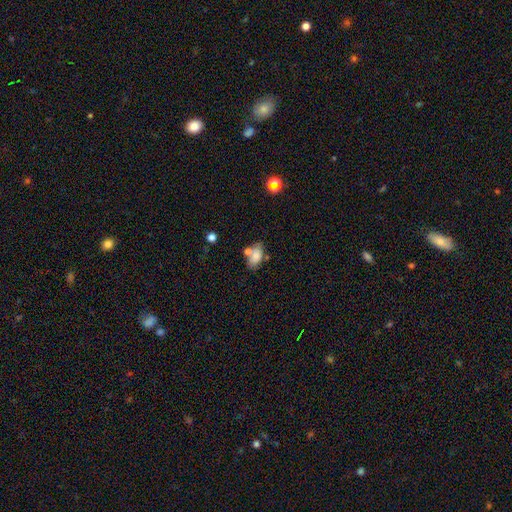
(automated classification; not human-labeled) A smooth galaxy with no disk features (75%) that is in between round and cigar-shaped (88%). Merging: none (50%).